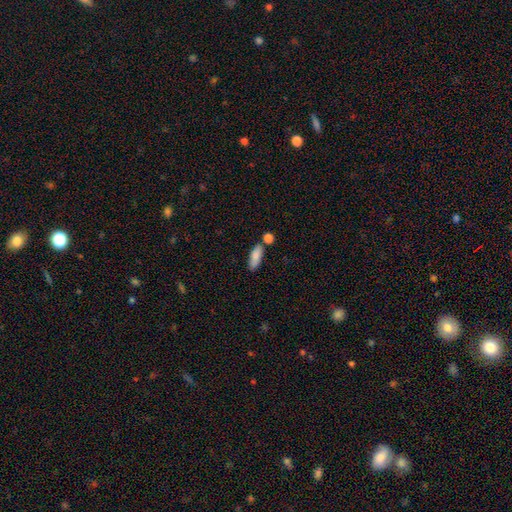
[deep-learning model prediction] smooth 85%, featured or disk 9%, star or artifact 7%. Down the decision tree: how rounded — in between (68%); merging — none (65%).